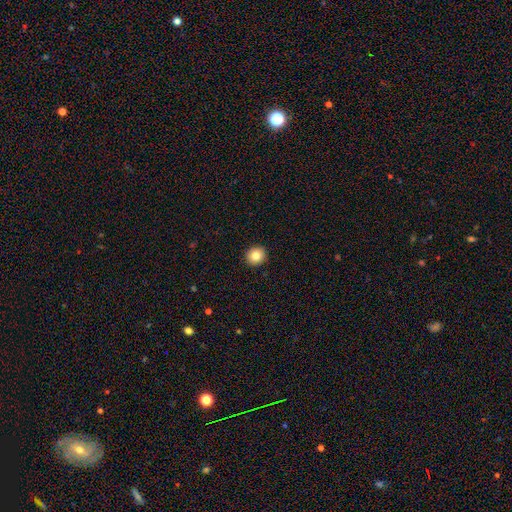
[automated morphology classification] smooth_or_featured: smooth (p=0.83) [alt: star or artifact p=0.10]
how_rounded: round (p=0.88) [alt: in between p=0.11]
merging: none (p=0.93) [alt: minor disturbance p=0.05]